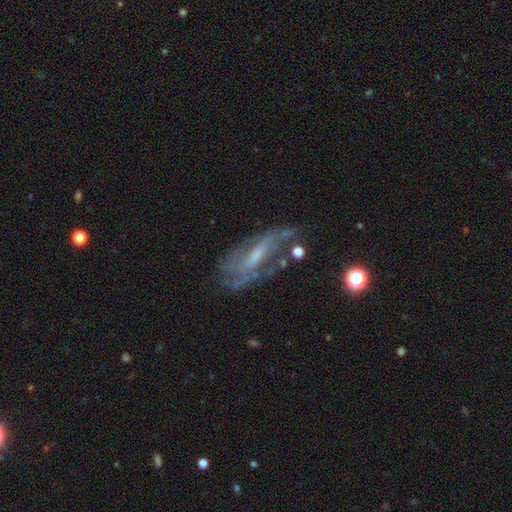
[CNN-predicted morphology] Smooth or featured? Predicted: featured or disk (p=0.68). Edge-on disk? Predicted: no (p=0.79). Bar? Predicted: weak (p=0.41). Spiral arms? Predicted: yes (p=0.66). Bulge size? Predicted: small (p=0.40). Merging? Predicted: none (p=0.50).